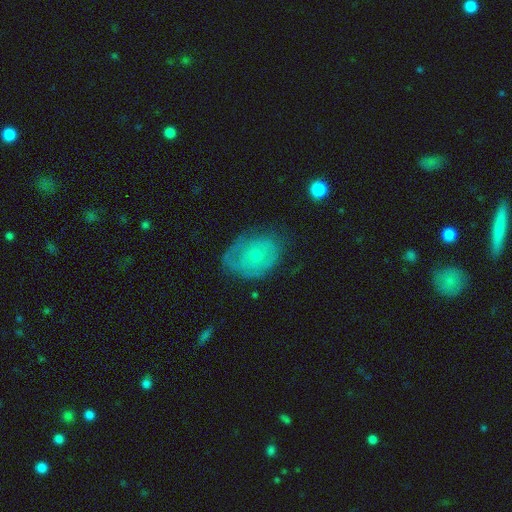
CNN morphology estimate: Smooth or featured?
  - featured or disk: 55% *
  - smooth: 37%
  - star or artifact: 8%
Edge-on disk?
  - no: 96% *
  - yes: 4%
Bar?
  - no: 86% *
  - weak: 12%
  - strong: 2%
Spiral arms?
  - yes: 62% *
  - no: 38%
Bulge size?
  - small: 79% *
  - moderate: 16%
  - none: 3%
  - large: 1%
  - dominant: 1%
Merging?
  - none: 56% *
  - minor disturbance: 28%
  - major disturbance: 14%
  - merger: 2%